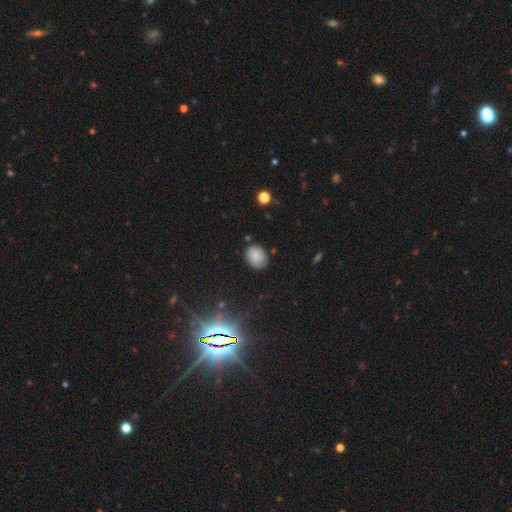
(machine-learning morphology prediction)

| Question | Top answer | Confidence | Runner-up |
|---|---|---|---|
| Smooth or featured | smooth | 79% | star or artifact (11%) |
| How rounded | in between | 56% | round (43%) |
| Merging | none | 76% | minor disturbance (18%) |